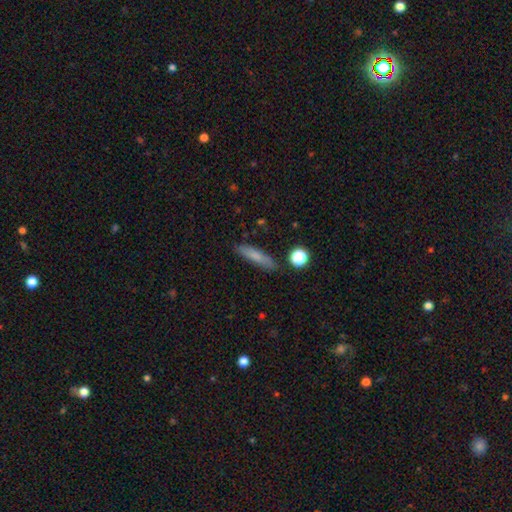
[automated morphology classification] Q: Smooth or featured?
A: smooth (73%); runner-up: featured or disk (18%)
Q: How rounded?
A: cigar-shaped (77%); runner-up: in between (20%)
Q: Merging?
A: none (81%); runner-up: minor disturbance (13%)